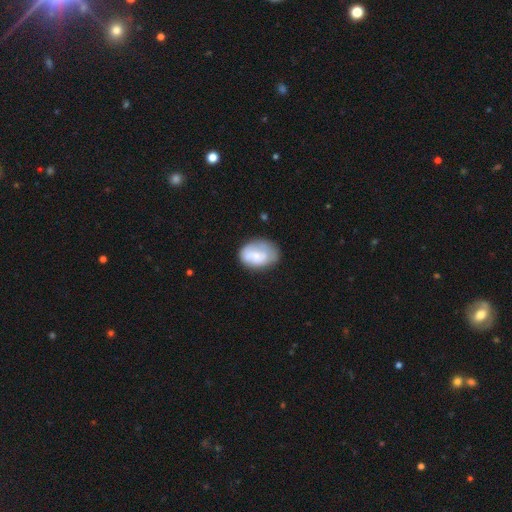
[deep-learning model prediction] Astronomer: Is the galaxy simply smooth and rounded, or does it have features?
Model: smooth — 61%.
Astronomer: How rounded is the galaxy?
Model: in between — 77%.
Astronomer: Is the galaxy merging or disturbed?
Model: none — 54% (runner-up: minor disturbance, 30%).